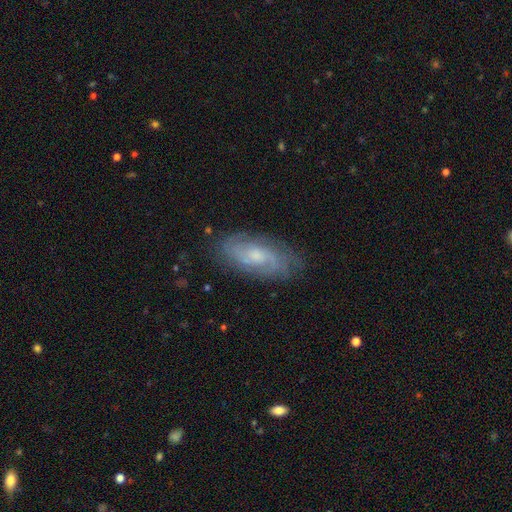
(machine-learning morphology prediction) Smooth or featured? featured or disk (73%)
Edge-on disk? no (92%)
Bar? no (62%)
Spiral arms? yes (91%)
Spiral winding? tight (45%)
Spiral arm count? 2 (50%)
Bulge size? small (46%)
Merging? none (78%)